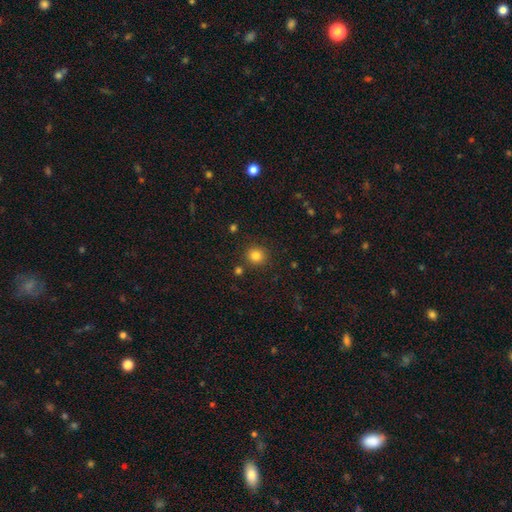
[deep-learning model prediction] This appears to be a smooth galaxy with no disk features (82%) that is round (89%). Merging: none (86%).